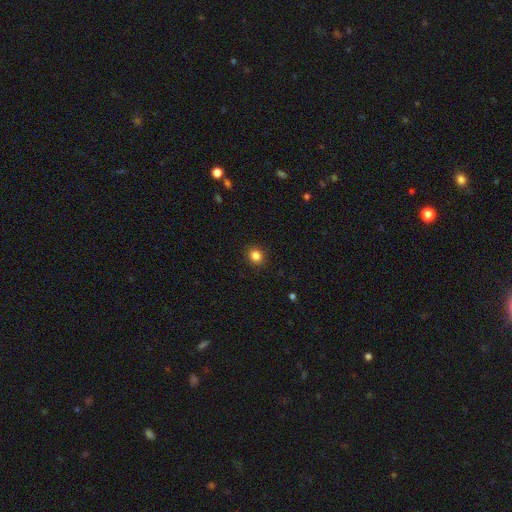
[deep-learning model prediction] Overall: smooth (84%). How rounded: round (83%). Merging: none (91%).